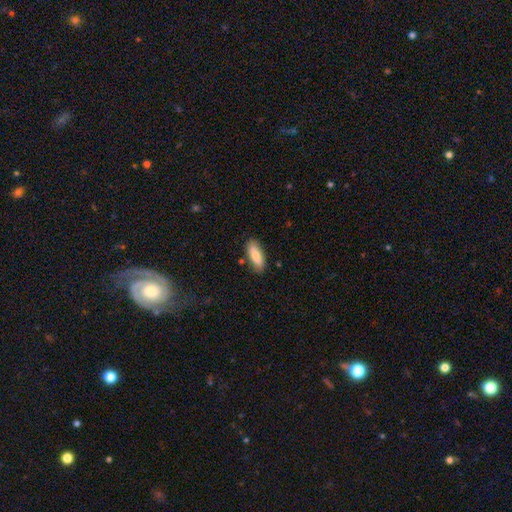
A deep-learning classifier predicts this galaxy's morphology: Smooth or featured? Predicted: smooth (p=0.78). How rounded? Predicted: in between (p=0.75). Merging? Predicted: none (p=0.83).